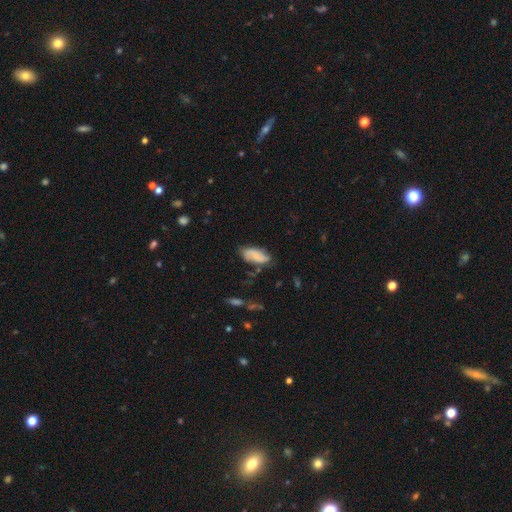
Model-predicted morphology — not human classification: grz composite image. It shows a smooth galaxy with no disk features (57%) that is in between round and cigar-shaped (89%). Merging: none (64%).